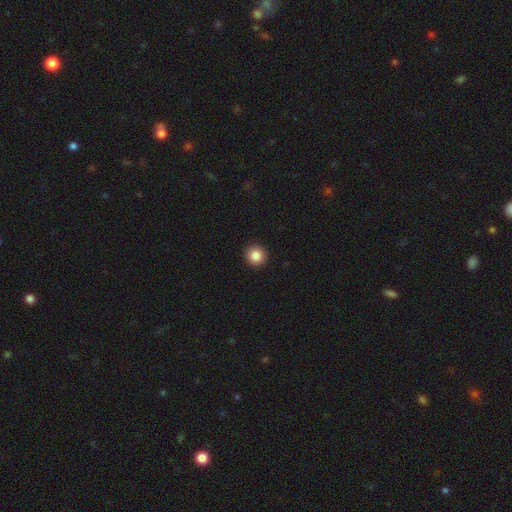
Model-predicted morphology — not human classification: This appears to be a smooth galaxy with no disk features (85%) that is round (95%). Merging: none (93%).